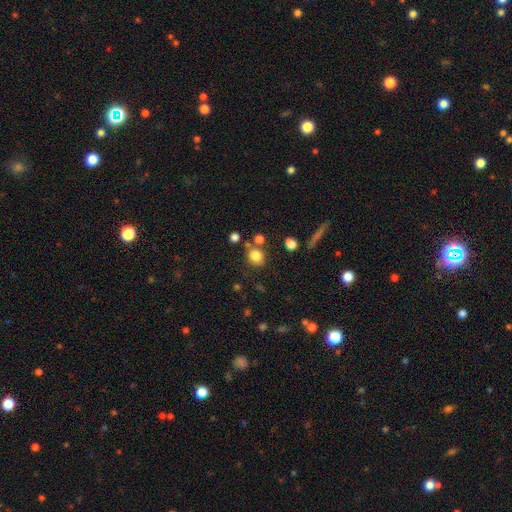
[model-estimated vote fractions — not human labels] Smooth or featured: smooth — 81% (star or artifact — 12%)
How rounded: round — 72% (in between — 27%)
Merging: none — 71% (merger — 13%)